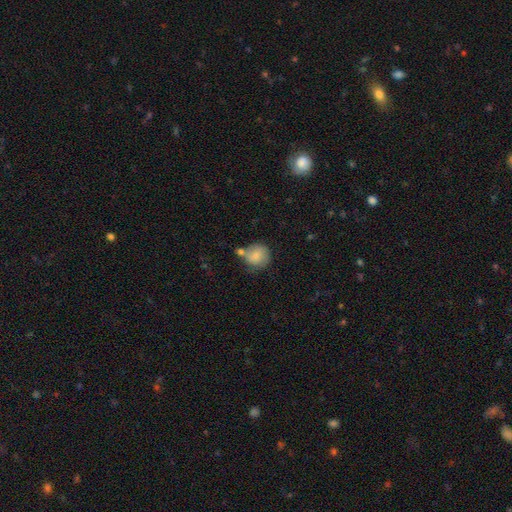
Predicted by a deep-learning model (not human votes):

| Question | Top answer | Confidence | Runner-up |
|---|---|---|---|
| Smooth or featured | smooth | 80% | featured or disk (13%) |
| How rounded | round | 87% | in between (12%) |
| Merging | none | 51% | merger (24%) |